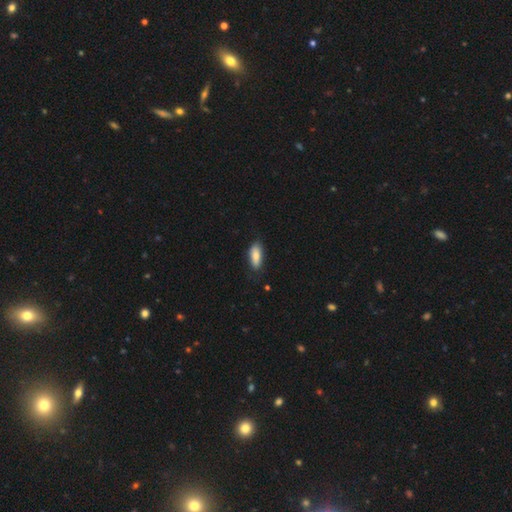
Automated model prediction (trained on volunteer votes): Smooth or featured? Predicted: smooth (p=0.82). How rounded? Predicted: in between (p=0.77). Merging? Predicted: none (p=0.78).